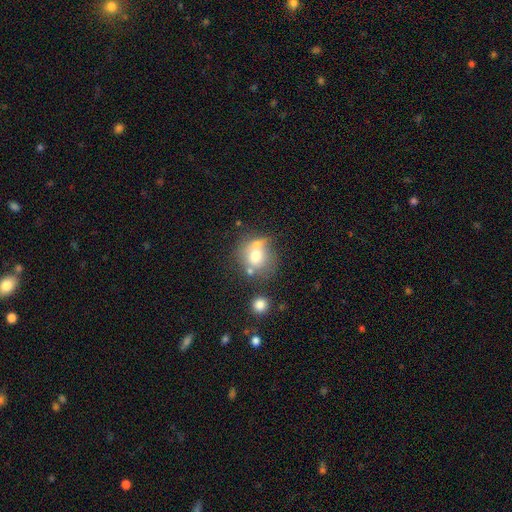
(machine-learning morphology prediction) Smooth or featured? Predicted: smooth (p=0.67). How rounded? Predicted: round (p=0.79). Merging? Predicted: none (p=0.44).